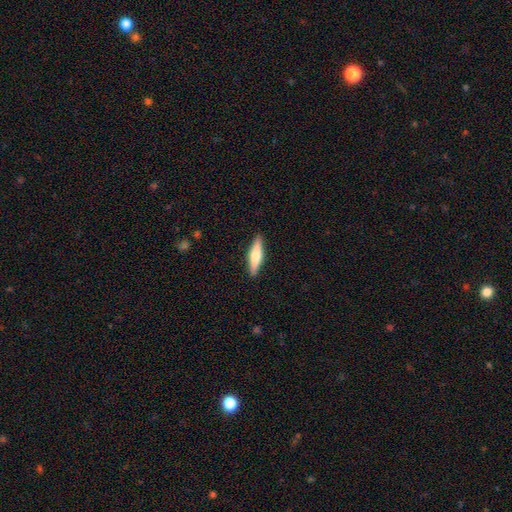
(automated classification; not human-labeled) A smooth galaxy with no disk features (51%) that is cigar-shaped (76%).

Vote fractions:
- Smooth or featured? smooth: 51% / featured or disk: 43% / star or artifact: 6%
- How rounded? cigar-shaped: 76% / in between: 22% / round: 2%
- Merging? none: 90% / minor disturbance: 7% / major disturbance: 2% / merger: 1%